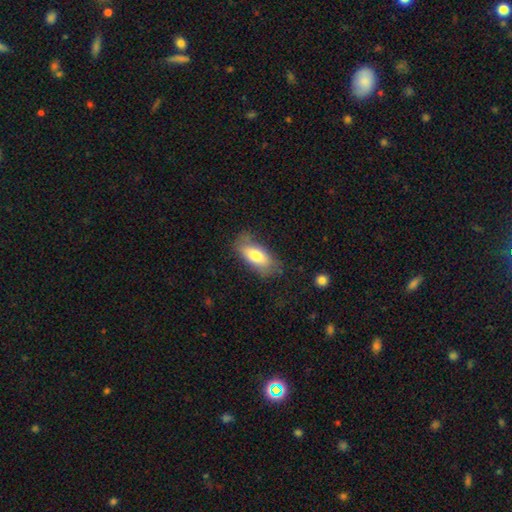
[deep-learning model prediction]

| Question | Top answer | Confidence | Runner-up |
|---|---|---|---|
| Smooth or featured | smooth | 74% | featured or disk (19%) |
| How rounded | in between | 83% | cigar-shaped (14%) |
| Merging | none | 68% | minor disturbance (22%) |